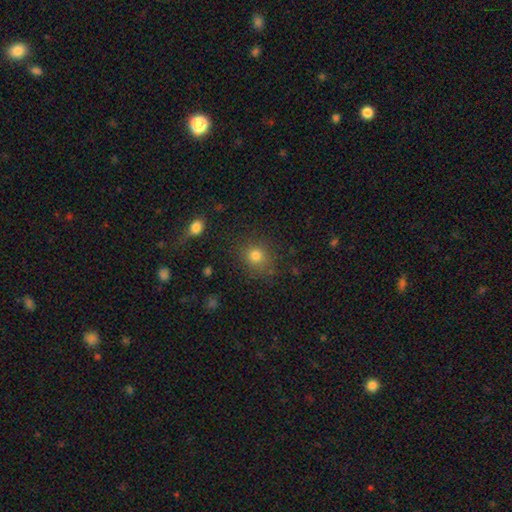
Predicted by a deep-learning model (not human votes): Smooth or featured?
  - smooth: 79% *
  - star or artifact: 14%
  - featured or disk: 7%
How rounded?
  - round: 83% *
  - in between: 16%
  - cigar-shaped: 1%
Merging?
  - none: 82% *
  - minor disturbance: 11%
  - major disturbance: 5%
  - merger: 3%